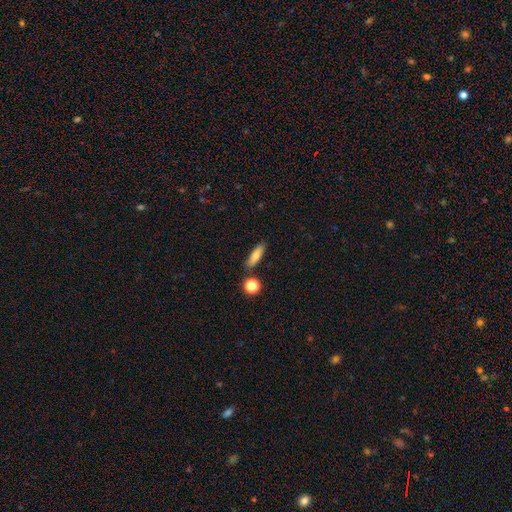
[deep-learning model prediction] smooth 76%, featured or disk 15%, star or artifact 9%. Down the decision tree: how rounded — cigar-shaped (50%); merging — none (81%).